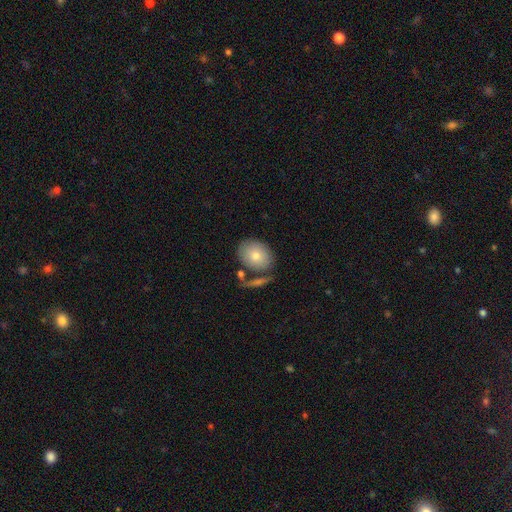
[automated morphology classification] The model was most divided on "how rounded": in between: 57%, round: 41%, cigar-shaped: 1%. More confident: smooth or featured — smooth (76%); merging — none (67%).